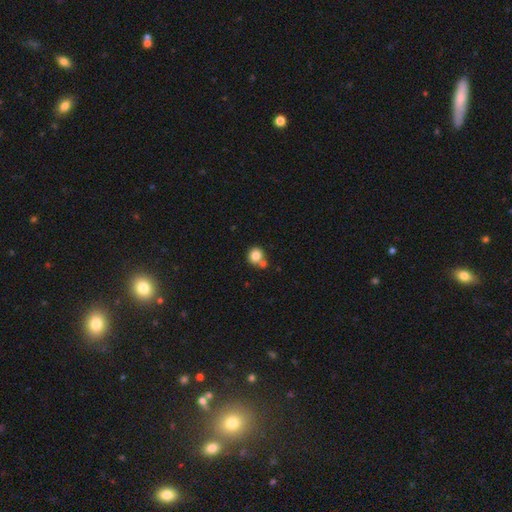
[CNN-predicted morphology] This is clearly a smooth galaxy (82%). How rounded: clearly round (87%). Merging: possibly none (56%).